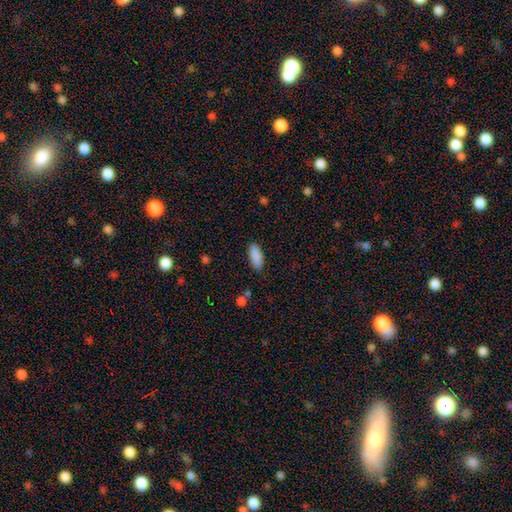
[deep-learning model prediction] smooth 90%, star or artifact 7%, featured or disk 4%. Down the decision tree: how rounded — in between (81%); merging — none (87%).